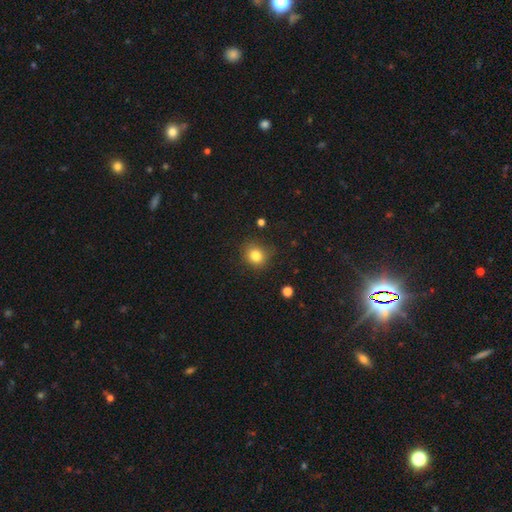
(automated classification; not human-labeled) A smooth galaxy with no disk features (82%) that is round (79%). Merging: none (80%).